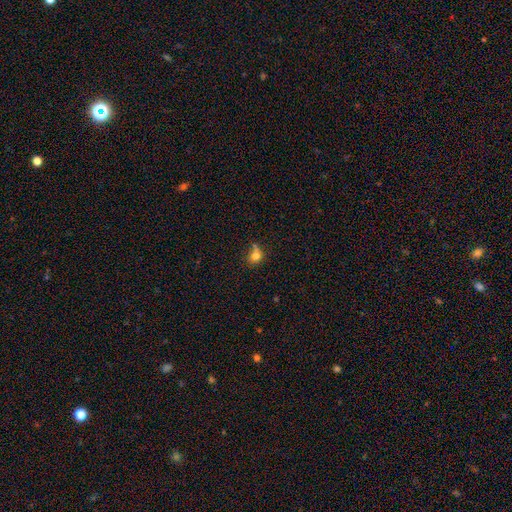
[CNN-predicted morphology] smooth-or-featured: smooth: 78% | star or artifact: 12% | featured or disk: 10%
  how-rounded: round: 67% | in between: 32% | cigar-shaped: 1%
  merging: none: 43% | minor disturbance: 26% | merger: 16% | major disturbance: 15%